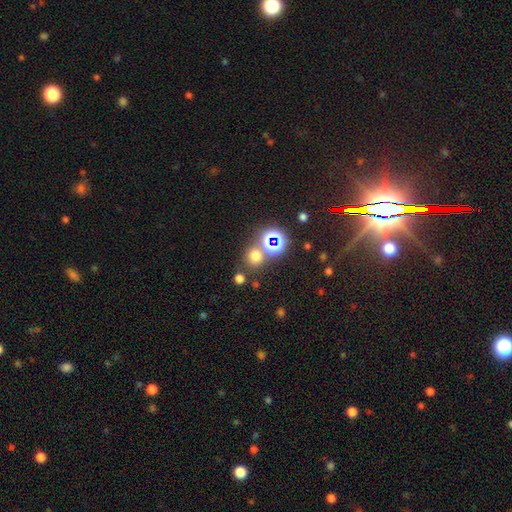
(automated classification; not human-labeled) smooth_or_featured: smooth (p=0.62) [alt: star or artifact p=0.31]
how_rounded: round (p=0.86) [alt: in between p=0.13]
merging: none (p=0.71) [alt: merger p=0.17]